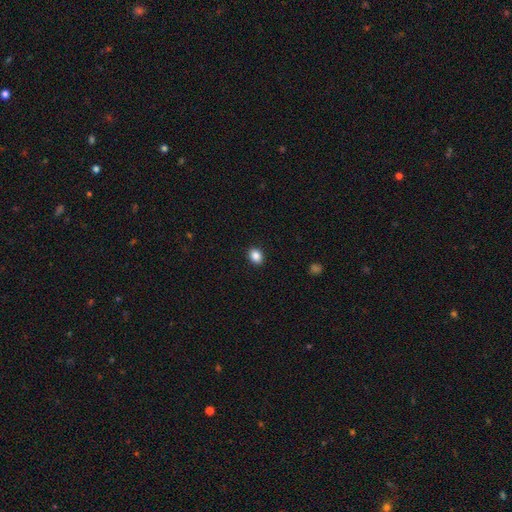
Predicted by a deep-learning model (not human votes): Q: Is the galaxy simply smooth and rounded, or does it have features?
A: smooth — 88%.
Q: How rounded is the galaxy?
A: in between — 59%.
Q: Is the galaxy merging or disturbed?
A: none — 91%.